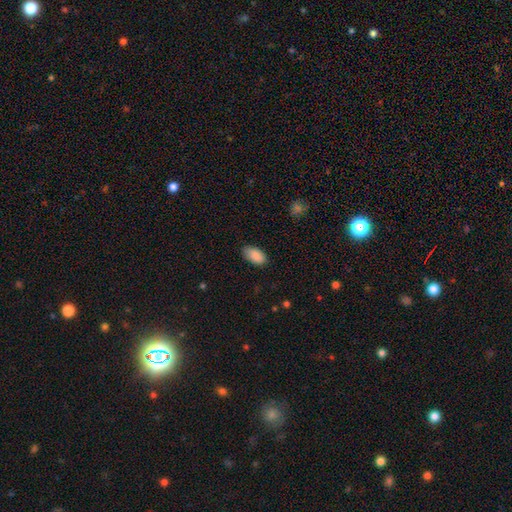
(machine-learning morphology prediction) Smooth or featured? smooth (89%)
How rounded? in between (94%)
Merging? none (79%)